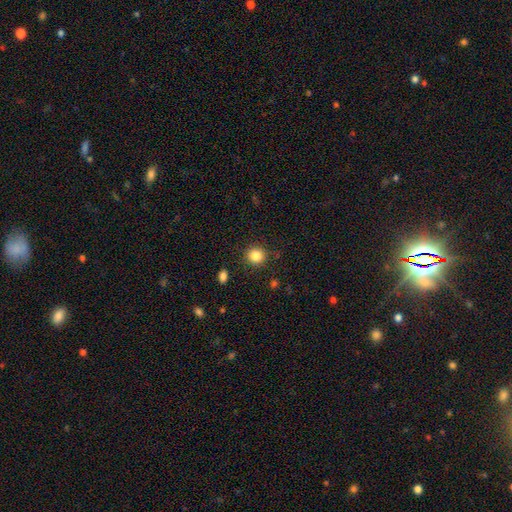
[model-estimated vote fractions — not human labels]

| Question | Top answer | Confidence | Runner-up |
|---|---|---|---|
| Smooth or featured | smooth | 85% | star or artifact (11%) |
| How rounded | round | 90% | in between (9%) |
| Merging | none | 89% | minor disturbance (7%) |